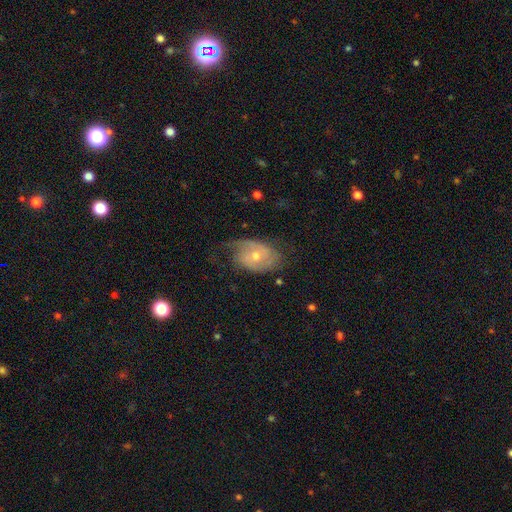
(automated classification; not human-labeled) A featured or disk galaxy (72%) with no bar (69%), 2 (49%) tight (44%) spiral arms (86%) and a moderate central bulge (52%). Merging: none (56%).